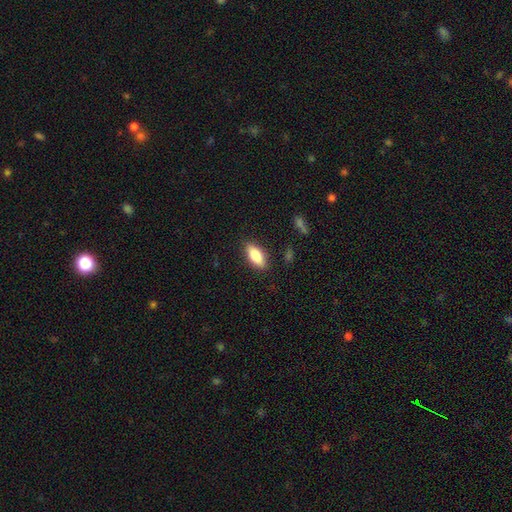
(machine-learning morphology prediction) Smooth or featured: smooth — 78% (featured or disk — 15%)
How rounded: in between — 78% (cigar-shaped — 19%)
Merging: none — 85% (minor disturbance — 11%)